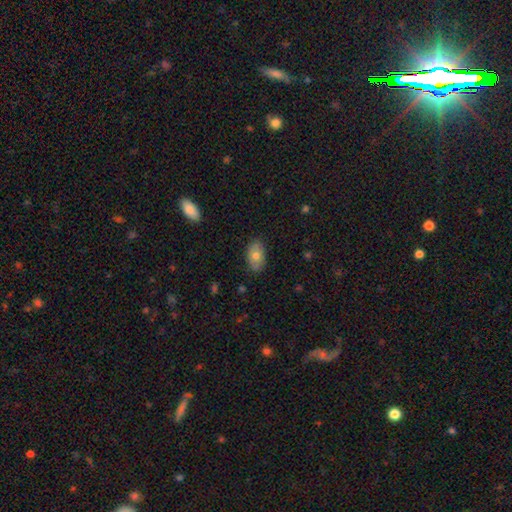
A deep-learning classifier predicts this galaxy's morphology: Overall: smooth (73%). How rounded: in between (91%). Merging: none (84%).